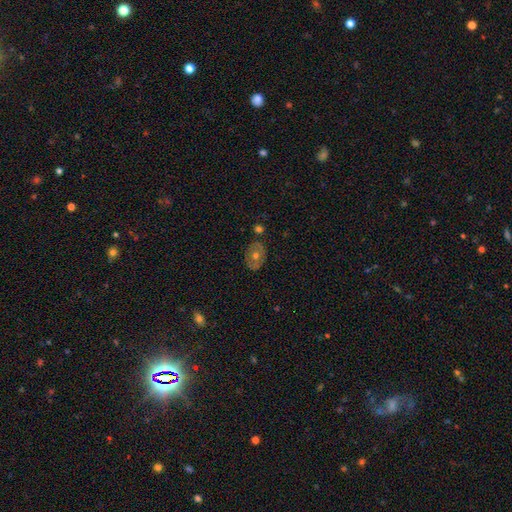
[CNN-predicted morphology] Smooth or featured? featured or disk (52%)
Edge-on disk? no (93%)
Merging? none (80%)